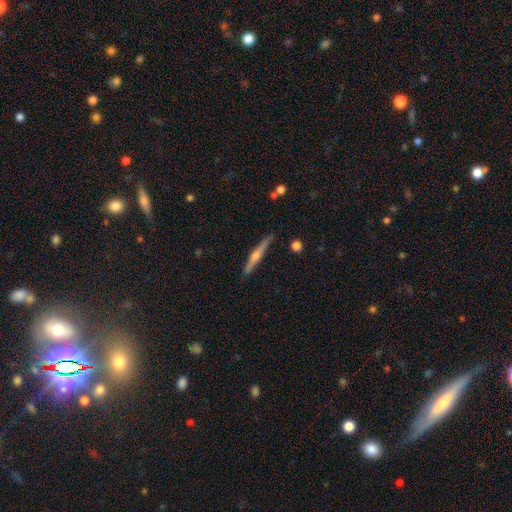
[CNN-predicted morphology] Smooth or featured? Predicted: featured or disk (p=0.72). Edge-on disk? Predicted: yes (p=0.98). Edge-on bulge? Predicted: rounded (p=0.86). Merging? Predicted: none (p=0.89).